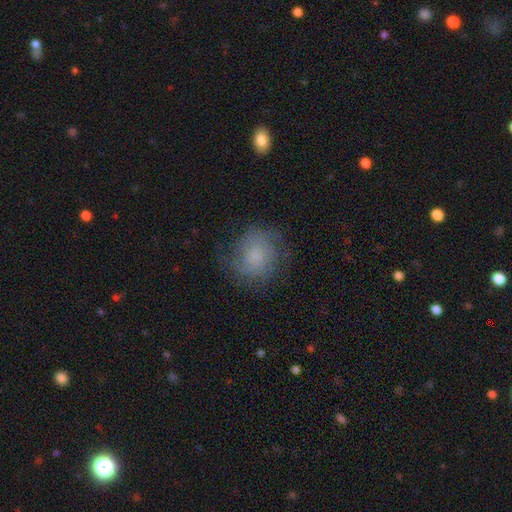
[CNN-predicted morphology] smooth-or-featured: featured or disk: 46% | smooth: 43% | star or artifact: 11%
  merging: none: 70% | minor disturbance: 19% | major disturbance: 10% | merger: 1%